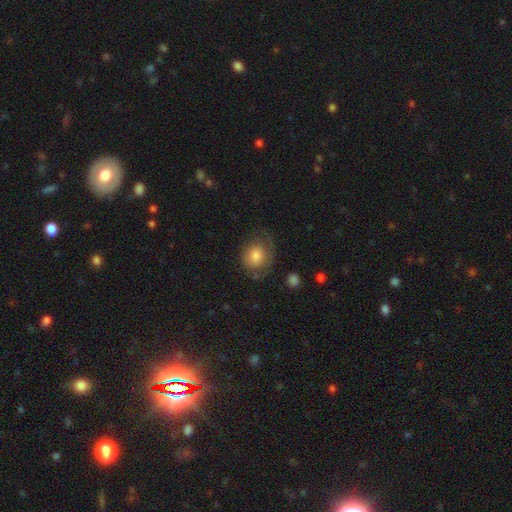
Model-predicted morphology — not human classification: A smooth galaxy with no disk features (69%) that is round (68%).

Vote fractions:
- Smooth or featured? smooth: 69% / featured or disk: 22% / star or artifact: 8%
- How rounded? round: 68% / in between: 31% / cigar-shaped: 1%
- Merging? none: 57% / minor disturbance: 25% / major disturbance: 16% / merger: 2%